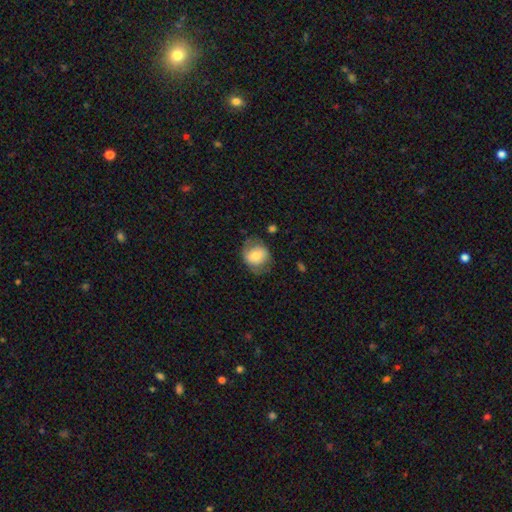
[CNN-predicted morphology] The model was most divided on "how rounded": round: 66%, in between: 33%, cigar-shaped: 1%. More confident: smooth or featured — smooth (67%); merging — none (63%).